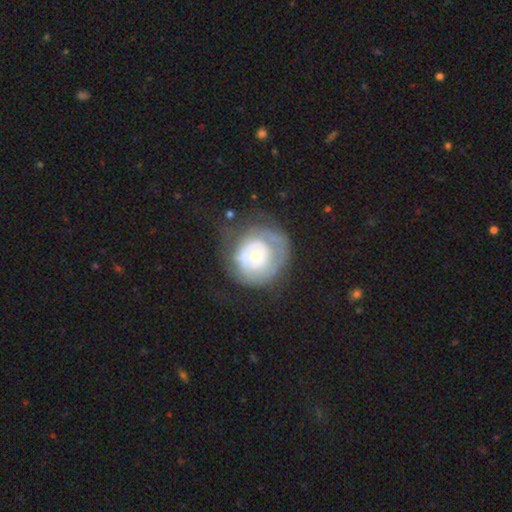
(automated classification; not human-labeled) Smooth or featured? Predicted: featured or disk (p=0.63). Edge-on disk? Predicted: no (p=0.97). Bar? Predicted: no (p=0.84). Spiral arms? Predicted: yes (p=0.54). Bulge size? Predicted: small (p=0.56). Merging? Predicted: none (p=0.52).